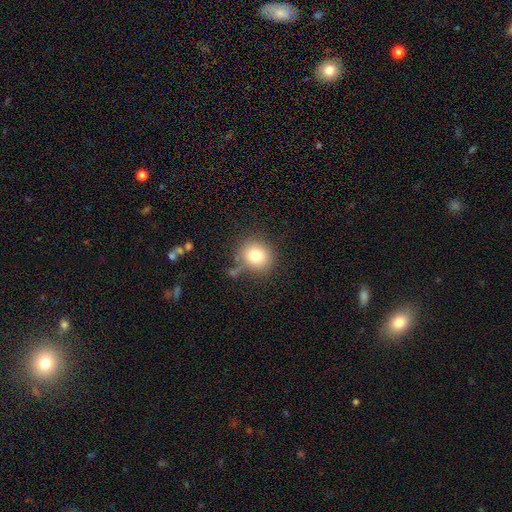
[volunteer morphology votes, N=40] Q: Smooth or featured?
A: smooth (82%); runner-up: featured or disk (10%)
Q: How rounded?
A: round (91%); runner-up: in between (9%)
Q: Merging?
A: none (68%); runner-up: minor disturbance (19%)